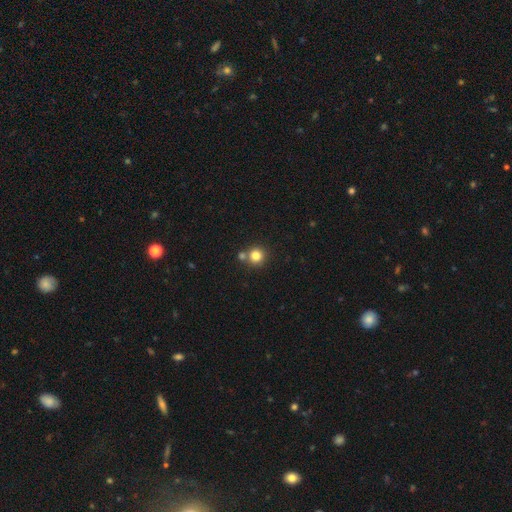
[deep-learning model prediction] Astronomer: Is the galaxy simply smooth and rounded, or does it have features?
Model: smooth — 80%.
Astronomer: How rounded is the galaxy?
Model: round — 93%.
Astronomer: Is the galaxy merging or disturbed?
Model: none — 69%.